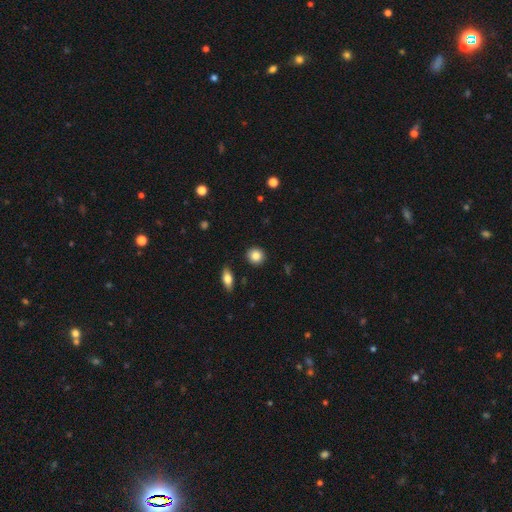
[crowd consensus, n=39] Smooth or featured: smooth — 85% (star or artifact — 10%)
How rounded: round — 88% (in between — 12%)
Merging: none — 86% (minor disturbance — 14%)